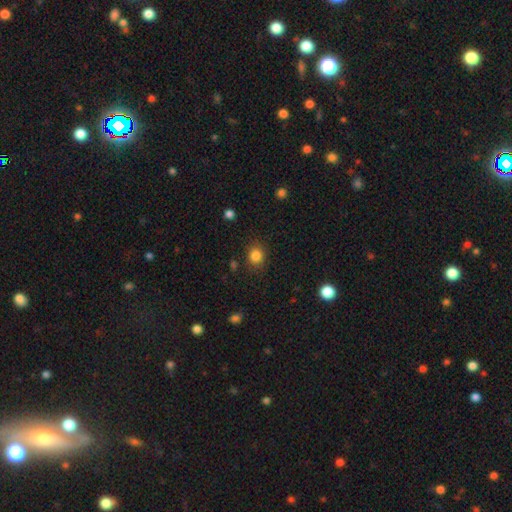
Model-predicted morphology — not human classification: smooth-or-featured: smooth: 84% | star or artifact: 11% | featured or disk: 4%
  how-rounded: round: 75% | in between: 24% | cigar-shaped: 1%
  merging: none: 85% | minor disturbance: 10% | major disturbance: 3% | merger: 2%